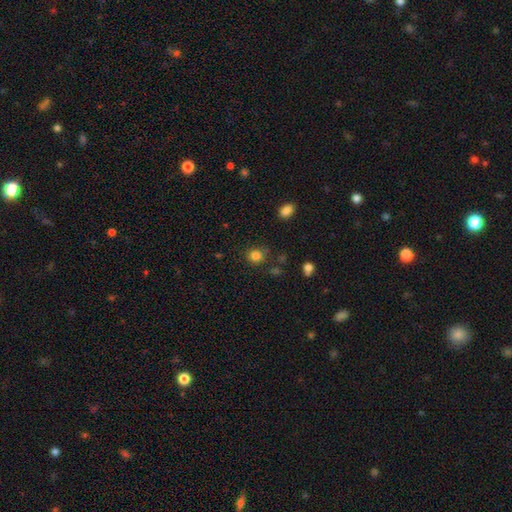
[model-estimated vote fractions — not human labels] Overall: smooth (82%). How rounded: round (84%). Merging: none (83%).